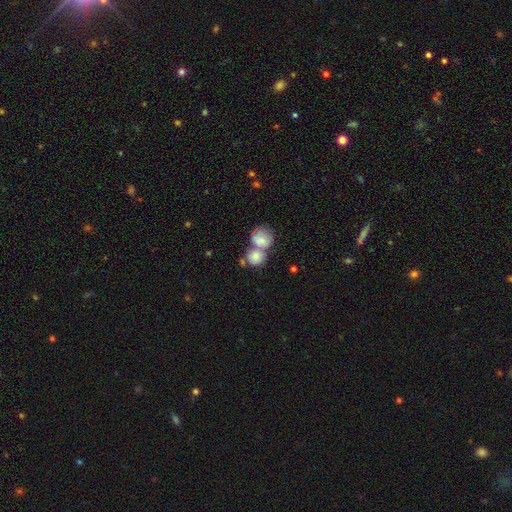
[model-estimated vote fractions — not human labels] Smooth or featured? smooth (70%)
How rounded? round (74%)
Merging? merger (62%)